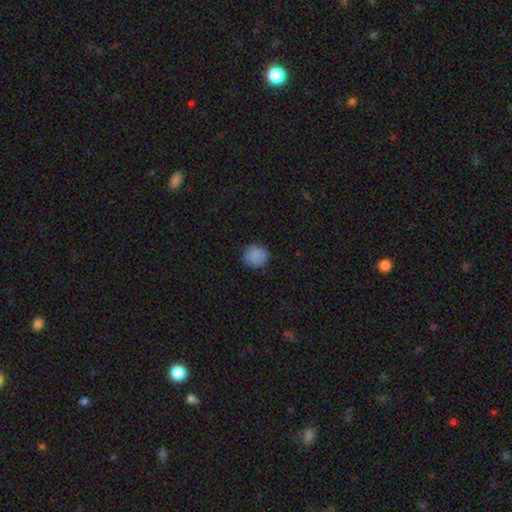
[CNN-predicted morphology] smooth-or-featured: smooth: 87% | star or artifact: 10% | featured or disk: 4%
  how-rounded: round: 90% | in between: 10% | cigar-shaped: 1%
  merging: none: 88% | minor disturbance: 8% | major disturbance: 2% | merger: 1%